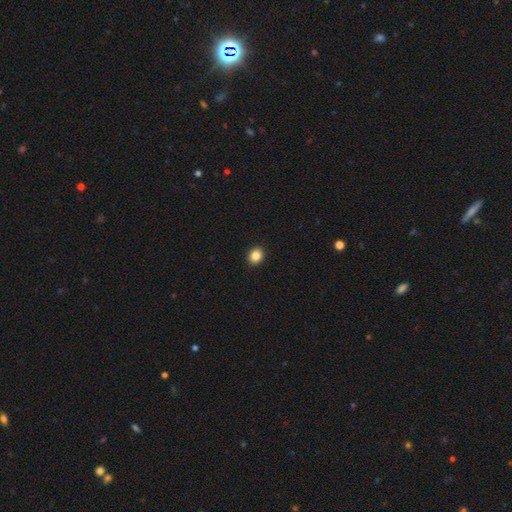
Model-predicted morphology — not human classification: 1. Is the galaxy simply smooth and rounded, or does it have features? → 86% smooth, 10% star or artifact, 4% featured or disk.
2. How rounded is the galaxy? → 68% round, 31% in between, 1% cigar-shaped.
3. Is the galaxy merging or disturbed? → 93% none, 5% minor disturbance, 1% major disturbance, 1% merger.